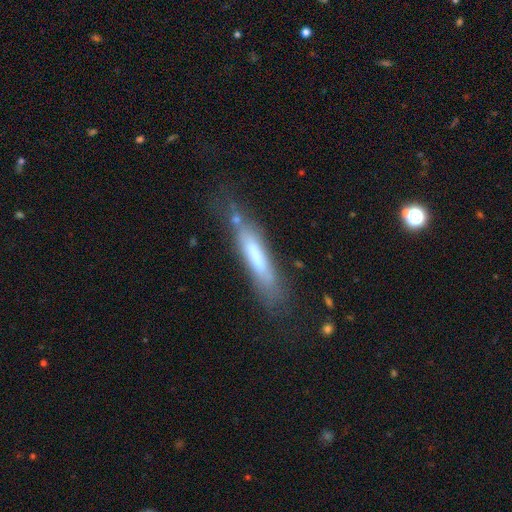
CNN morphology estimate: The model was most divided on "smooth or featured": smooth: 60%, featured or disk: 32%, star or artifact: 8%. More confident: how rounded — cigar-shaped (84%); merging — none (59%).